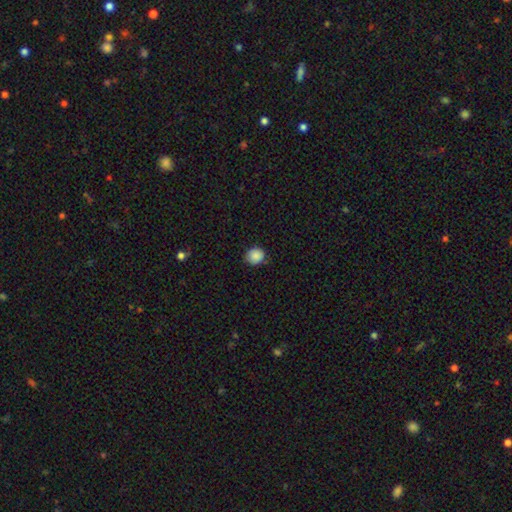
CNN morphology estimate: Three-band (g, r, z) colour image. It shows a smooth galaxy with no disk features (87%) that is round (81%). Merging: none (82%).